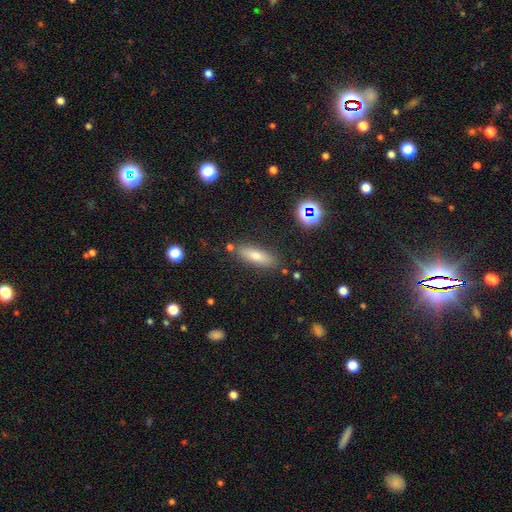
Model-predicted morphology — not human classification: Q: Smooth or featured?
A: smooth (68%); runner-up: featured or disk (20%)
Q: How rounded?
A: cigar-shaped (56%); runner-up: in between (41%)
Q: Merging?
A: none (82%); runner-up: minor disturbance (11%)